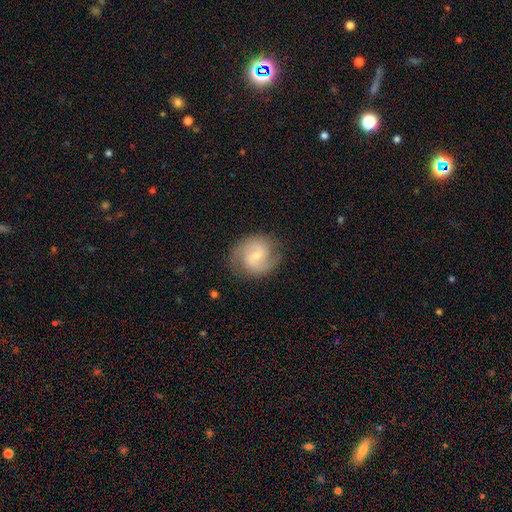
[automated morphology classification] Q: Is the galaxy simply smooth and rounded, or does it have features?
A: featured or disk — 77%.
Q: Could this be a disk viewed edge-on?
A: no — 98%.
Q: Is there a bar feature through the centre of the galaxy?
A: weak — 57%.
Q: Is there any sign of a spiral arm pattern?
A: yes — 94%.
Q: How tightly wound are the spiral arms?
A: medium — 53%.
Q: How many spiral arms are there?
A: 2 — 87%.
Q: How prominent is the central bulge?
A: small — 57%.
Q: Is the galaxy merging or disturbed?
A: none — 81%.